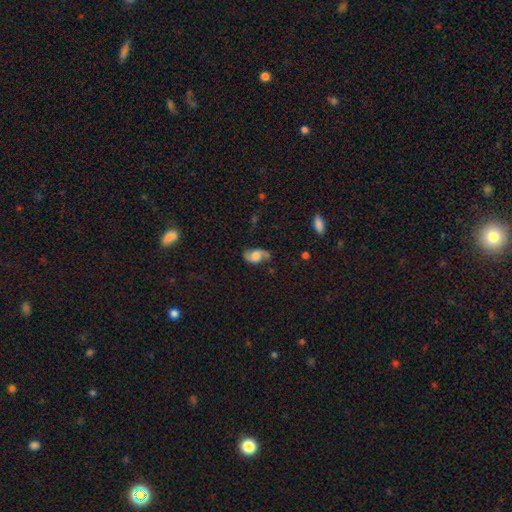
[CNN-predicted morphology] smooth-or-featured: featured or disk: 63% | smooth: 29% | star or artifact: 9%
  disk-edge-on: no: 95% | yes: 5%
    bar: no: 60% | weak: 32% | strong: 8%
    has-spiral-arms: yes: 91% | no: 9%
      spiral-winding: loose: 57% | medium: 33% | tight: 10%
      spiral-arm-count: 2: 89% | can't tell: 4% | 1: 4% | 3: 1% | 4: 1% | more than 4: 1%
    bulge-size: large: 41% | moderate: 22% | none: 19% | small: 11% | dominant: 7%
  merging: none: 68% | minor disturbance: 21% | major disturbance: 8% | merger: 2%